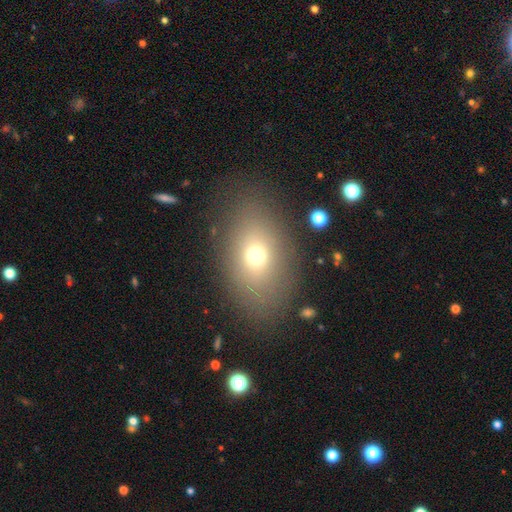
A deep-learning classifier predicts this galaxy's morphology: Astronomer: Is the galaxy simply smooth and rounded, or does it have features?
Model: smooth — 69%.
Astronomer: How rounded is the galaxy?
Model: in between — 77%.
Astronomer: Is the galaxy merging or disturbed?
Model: none — 81%.